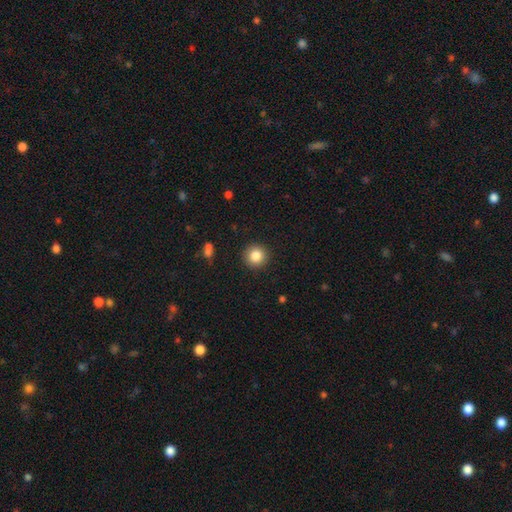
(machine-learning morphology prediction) type=smooth (85%); roundness=round (95%); merging=none (92%).